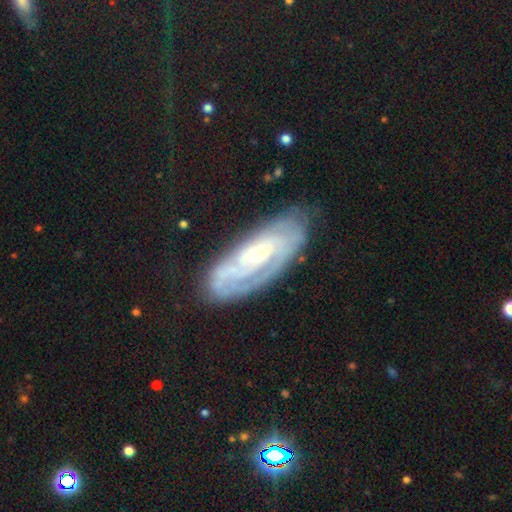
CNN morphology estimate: type=featured or disk (74%); edge-on=no (86%); bar=no (64%); spiral arms=yes (88%); winding=tight (70%); arm count=can't tell (51%); bulge=small (40%); merging=none (71%).